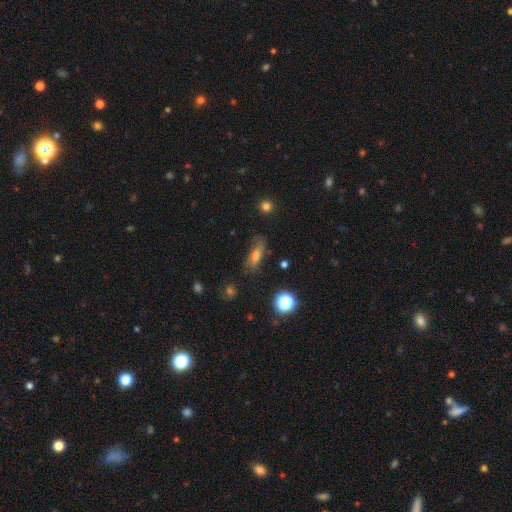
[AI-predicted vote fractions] Overall: smooth (63%). How rounded: in between (57%; cigar-shaped 38%). Merging: none (71%).